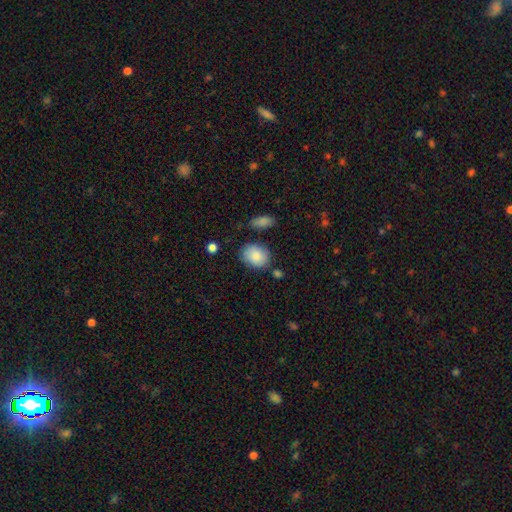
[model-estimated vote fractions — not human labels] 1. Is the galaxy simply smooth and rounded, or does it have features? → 84% smooth, 9% featured or disk, 7% star or artifact.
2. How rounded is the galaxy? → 56% in between, 43% round, 1% cigar-shaped.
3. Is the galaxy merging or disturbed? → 72% none, 19% minor disturbance, 5% merger, 4% major disturbance.